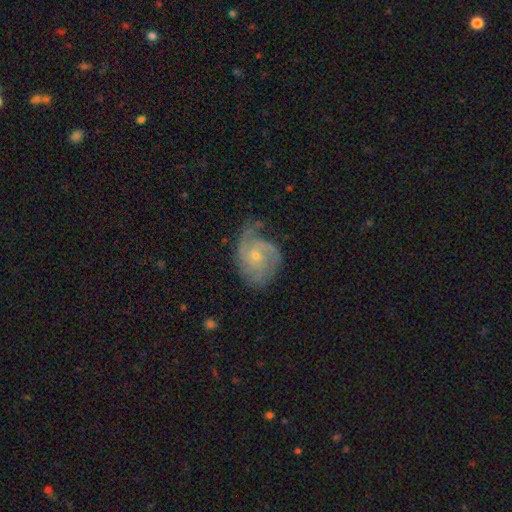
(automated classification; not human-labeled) This appears to be a featured or disk galaxy (82%) with no bar (72%), 2 (37%) medium (44%) spiral arms (95%) and a small central bulge (69%). Merging: none (55%).